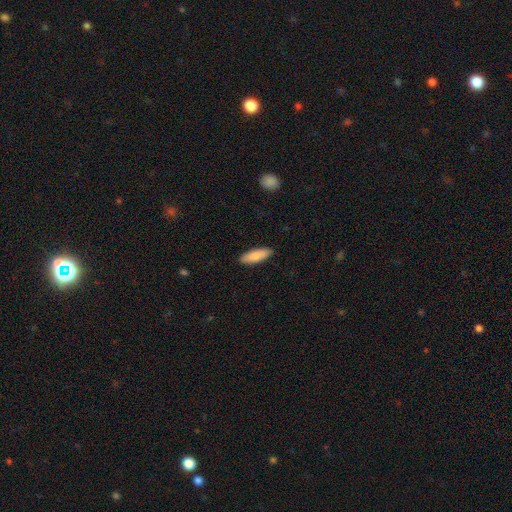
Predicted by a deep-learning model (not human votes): Smooth or featured: smooth — 84% (featured or disk — 10%)
How rounded: in between — 57% (cigar-shaped — 41%)
Merging: none — 89% (minor disturbance — 8%)